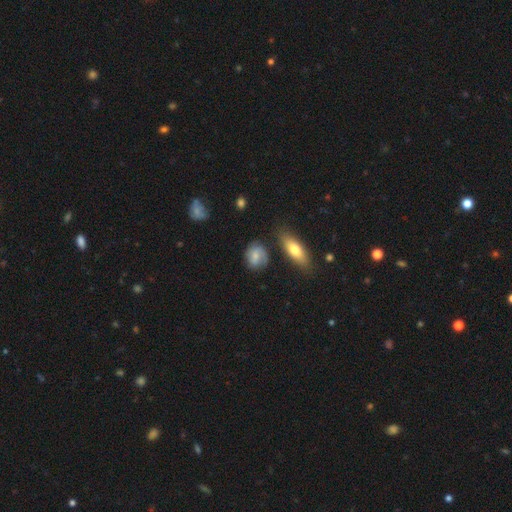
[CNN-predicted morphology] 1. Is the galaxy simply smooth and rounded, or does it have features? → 63% smooth, 29% featured or disk, 8% star or artifact.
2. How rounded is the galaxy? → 54% round, 43% in between, 3% cigar-shaped.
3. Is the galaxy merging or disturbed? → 67% none, 22% minor disturbance, 7% major disturbance, 4% merger.